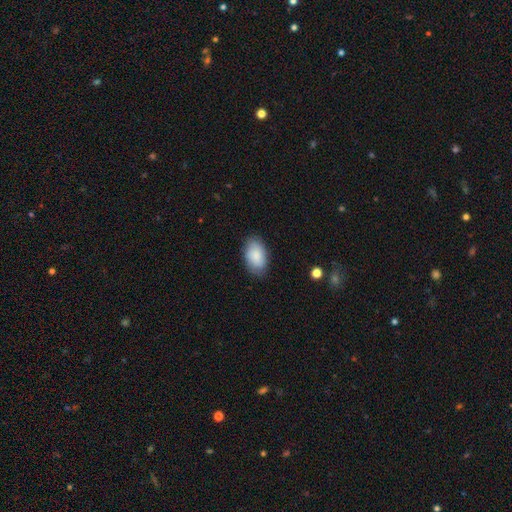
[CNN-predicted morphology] Smooth or featured? Predicted: smooth (p=0.84). How rounded? Predicted: in between (p=0.93). Merging? Predicted: none (p=0.82).